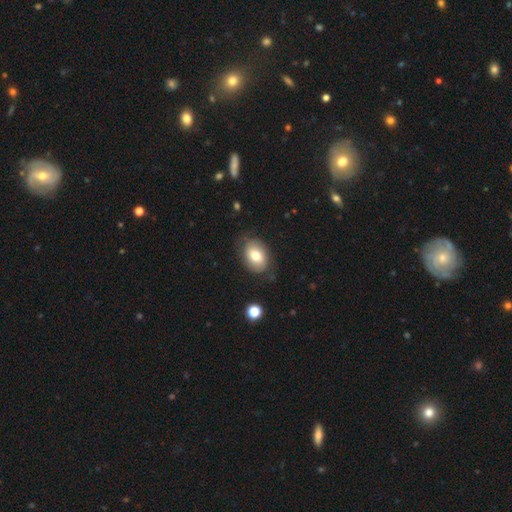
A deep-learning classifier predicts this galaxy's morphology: The model was most divided on "smooth or featured": smooth: 68%, featured or disk: 24%, star or artifact: 8%. More confident: how rounded — in between (75%); merging — none (73%).